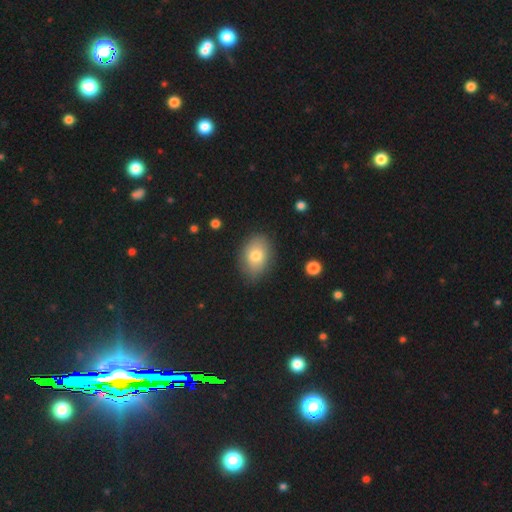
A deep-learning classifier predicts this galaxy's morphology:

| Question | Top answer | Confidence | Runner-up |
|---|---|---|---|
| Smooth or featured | smooth | 76% | featured or disk (15%) |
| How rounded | in between | 80% | round (18%) |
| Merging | none | 80% | minor disturbance (15%) |